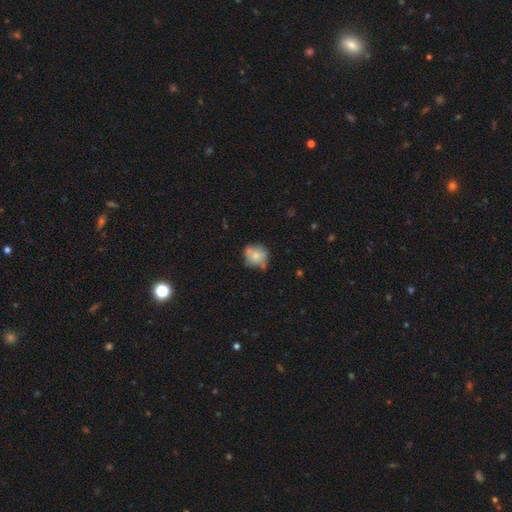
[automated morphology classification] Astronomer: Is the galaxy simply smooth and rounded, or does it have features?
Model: smooth — 66%.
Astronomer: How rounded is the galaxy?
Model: round — 74%.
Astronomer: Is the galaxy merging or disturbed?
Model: none — 50% (runner-up: minor disturbance, 29%).